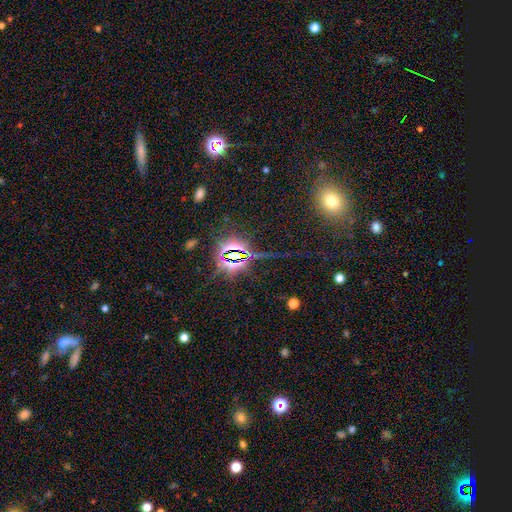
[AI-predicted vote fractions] This appears to be a star or artifact, not a galaxy (67%).